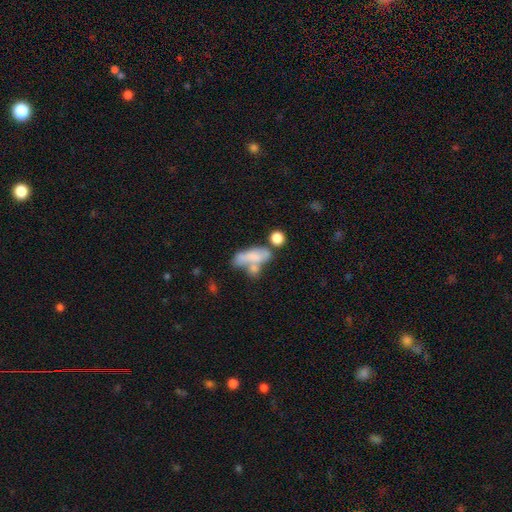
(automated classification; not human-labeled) A smooth galaxy with no disk features (61%) that is in between round and cigar-shaped (72%). Merging: merger (45%).